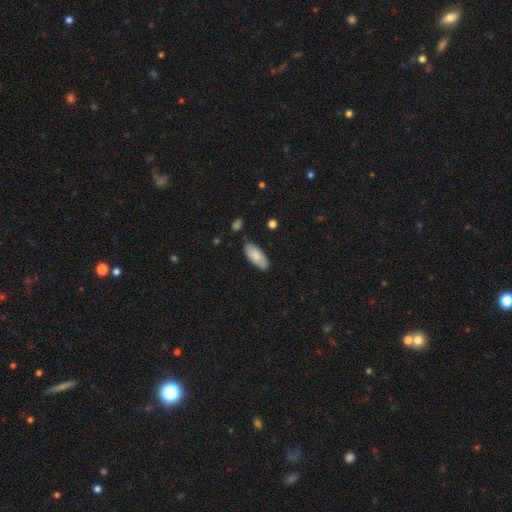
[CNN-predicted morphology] A smooth galaxy with no disk features (75%) that is in between round and cigar-shaped (87%).

Vote fractions:
- Smooth or featured? smooth: 75% / featured or disk: 19% / star or artifact: 6%
- How rounded? in between: 87% / cigar-shaped: 11% / round: 2%
- Merging? none: 79% / minor disturbance: 15% / merger: 3% / major disturbance: 3%